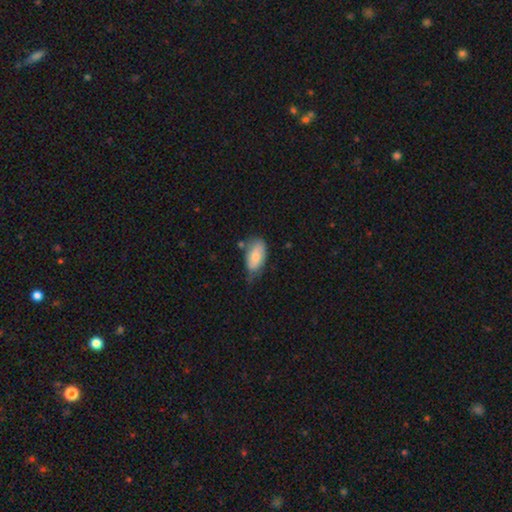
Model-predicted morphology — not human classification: type=smooth (74%); roundness=in between (92%); merging=none (52%).